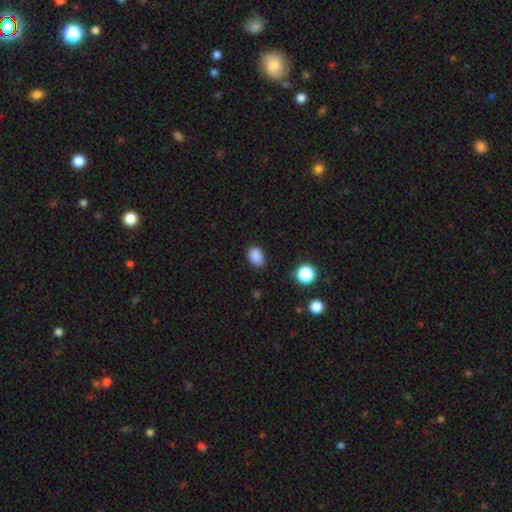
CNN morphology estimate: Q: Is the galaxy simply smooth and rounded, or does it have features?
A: smooth — 85%.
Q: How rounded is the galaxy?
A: in between — 75%.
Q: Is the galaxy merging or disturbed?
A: none — 81%.